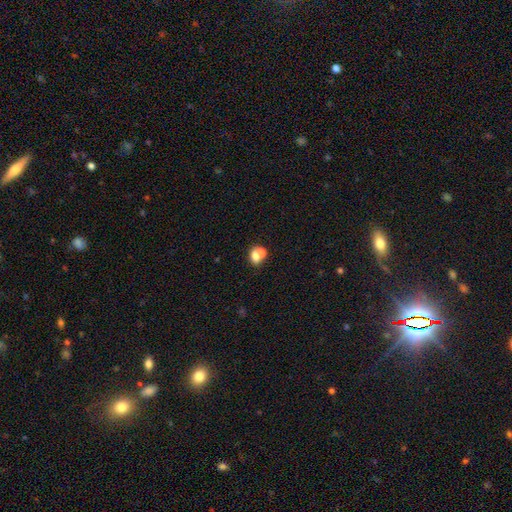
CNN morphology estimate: Overall: smooth (69%). How rounded: round (53%; in between 46%). Merging: merger (59%; none 30%).